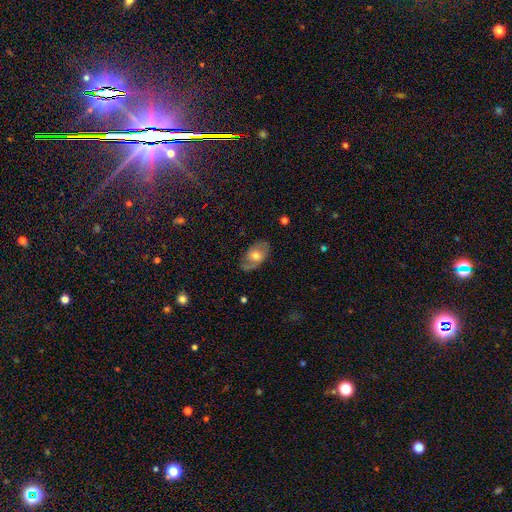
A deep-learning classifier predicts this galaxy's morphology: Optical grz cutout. It shows a smooth galaxy with no disk features (48%). Merging: none (69%).